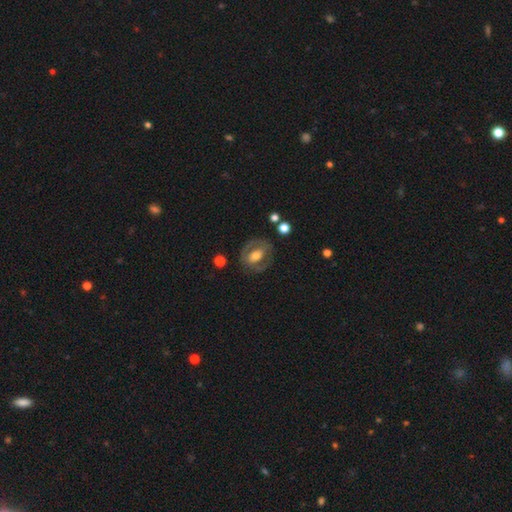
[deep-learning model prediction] This is possibly a featured or disk galaxy (56%). It is clearly not viewed edge-on (94%). Bar: possibly no (47%). Spiral arm pattern: likely no (71%). Central bulge: likely moderate (65%). Merging: likely none (72%).